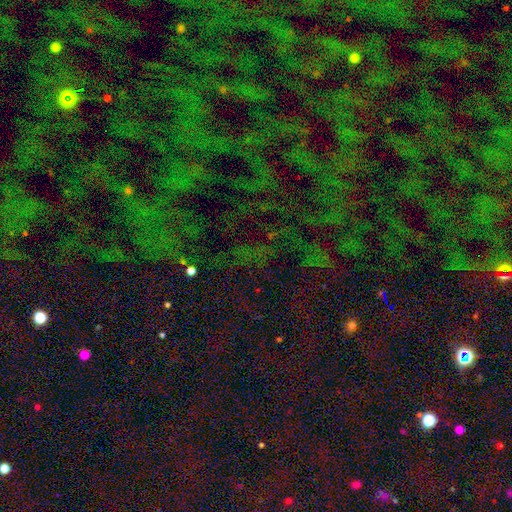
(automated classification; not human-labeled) A star or artifact, not a galaxy (82%).